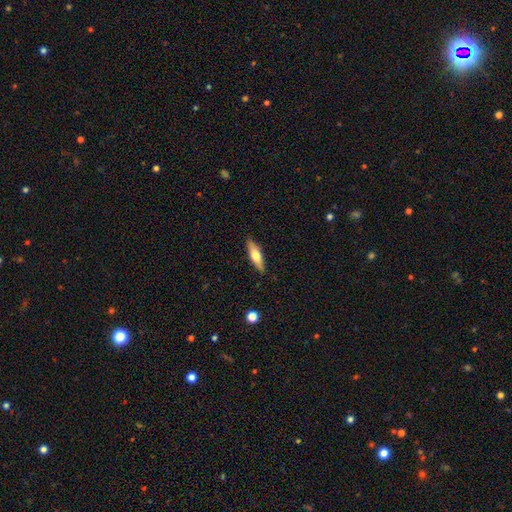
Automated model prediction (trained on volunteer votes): Morphology: type=smooth (53%); roundness=cigar-shaped (59%); merging=none (88%).